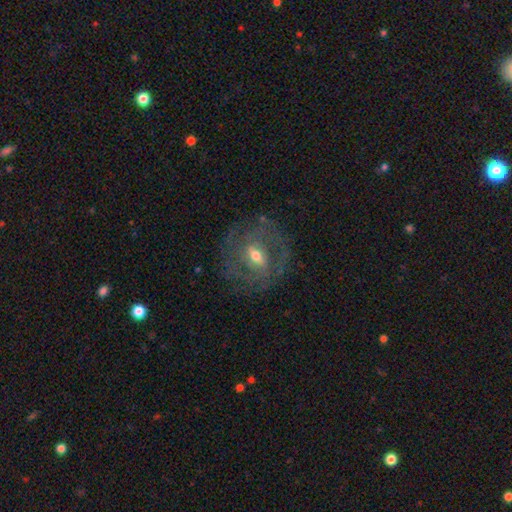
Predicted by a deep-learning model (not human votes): smooth_or_featured: featured or disk (p=0.70) [alt: smooth p=0.22]
disk_edge_on: no (p=0.92) [alt: yes p=0.08]
bar: weak (p=0.46) [alt: strong p=0.30]
has_spiral_arms: yes (p=0.58) [alt: no p=0.42]
bulge_size: moderate (p=0.65) [alt: small p=0.27]
merging: none (p=0.69) [alt: minor disturbance p=0.17]